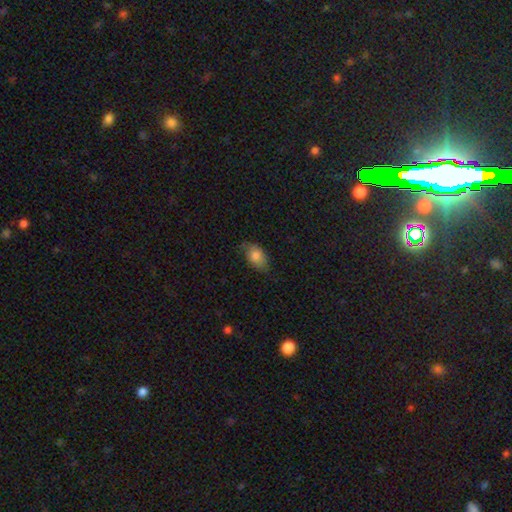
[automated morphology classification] smooth-or-featured: smooth: 80% | featured or disk: 13% | star or artifact: 7%
  how-rounded: in between: 89% | round: 9% | cigar-shaped: 2%
  merging: none: 64% | minor disturbance: 28% | major disturbance: 6% | merger: 1%